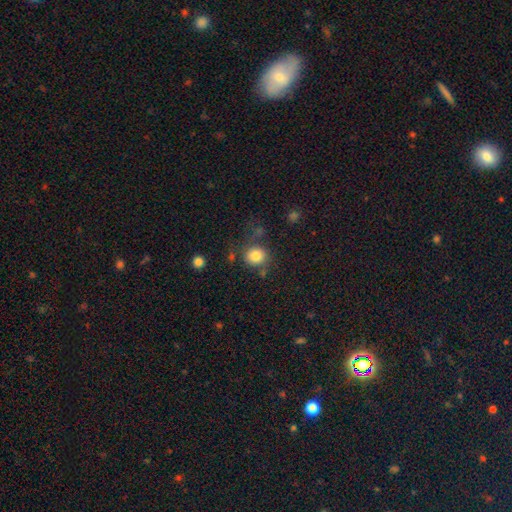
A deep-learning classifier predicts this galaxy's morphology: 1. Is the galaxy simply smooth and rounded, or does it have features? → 82% smooth, 11% star or artifact, 7% featured or disk.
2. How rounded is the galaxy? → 86% round, 13% in between, 1% cigar-shaped.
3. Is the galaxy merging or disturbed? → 74% none, 13% minor disturbance, 7% merger, 6% major disturbance.